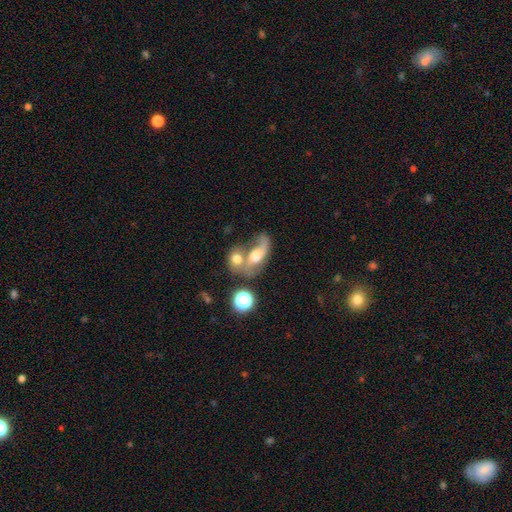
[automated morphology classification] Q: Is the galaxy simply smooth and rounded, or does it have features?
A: featured or disk — 49%.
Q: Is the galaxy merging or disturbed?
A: merger — 57%.